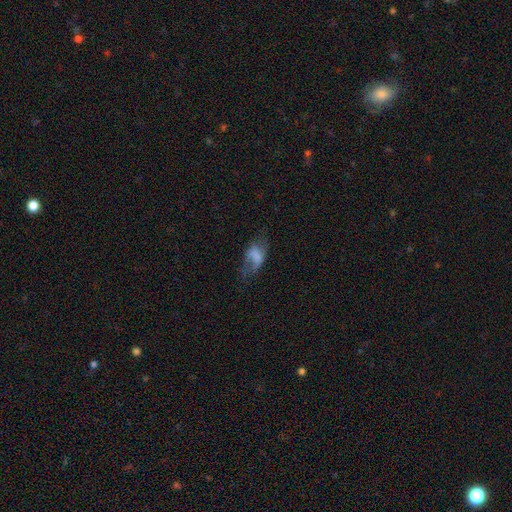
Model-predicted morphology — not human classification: smooth 53%, featured or disk 36%, star or artifact 12%. Down the decision tree: how rounded — in between (87%); merging — major disturbance (41%).